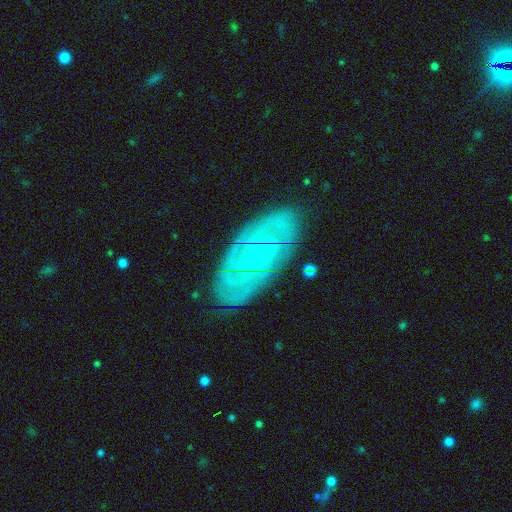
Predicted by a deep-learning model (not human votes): featured or disk 79%, smooth 13%, star or artifact 8%. Down the decision tree: edge-on disk — no (93%); bar — no (78%); spiral arms — yes (93%); spiral arm count — can't tell (41%); spiral winding — tight (81%); bulge size — small (88%); merging — none (84%).